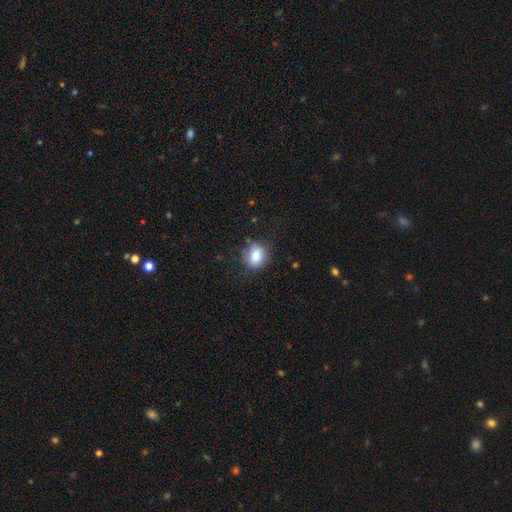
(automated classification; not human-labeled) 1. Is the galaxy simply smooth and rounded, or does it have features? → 80% smooth, 11% featured or disk, 9% star or artifact.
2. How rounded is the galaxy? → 57% round, 42% in between, 1% cigar-shaped.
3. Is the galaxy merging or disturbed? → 77% none, 17% minor disturbance, 5% major disturbance, 2% merger.